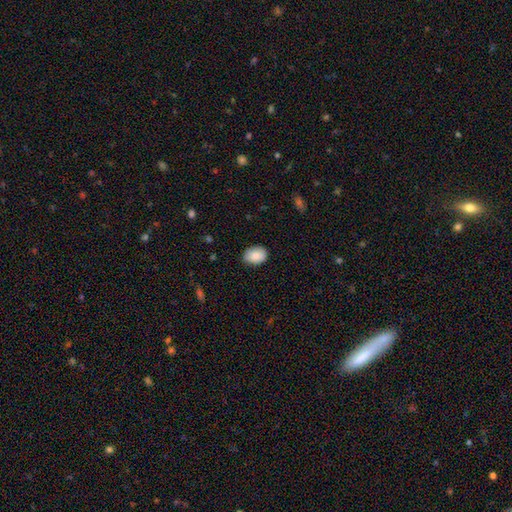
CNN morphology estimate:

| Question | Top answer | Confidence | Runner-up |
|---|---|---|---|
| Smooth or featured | smooth | 86% | star or artifact (7%) |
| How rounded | in between | 78% | round (21%) |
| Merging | none | 81% | minor disturbance (15%) |